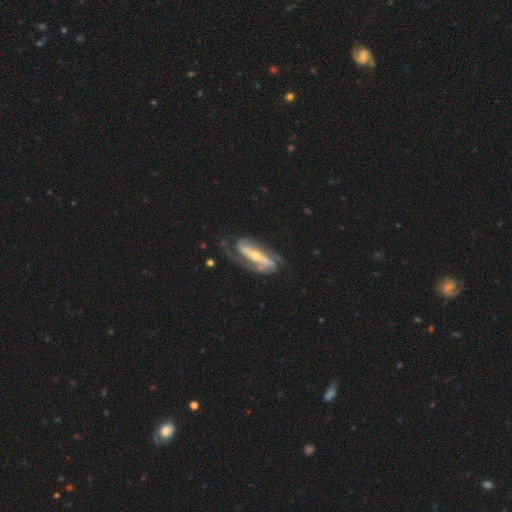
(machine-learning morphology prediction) This is clearly a featured or disk galaxy (87%). It is clearly not viewed edge-on (90%). Bar: likely strong (62%). Spiral arm pattern: clearly yes (95%). Spiral arm count: likely 2 (79%). Spiral winding: marginally medium (42%). Central bulge: possibly small (51%). Merging: possibly none (59%).